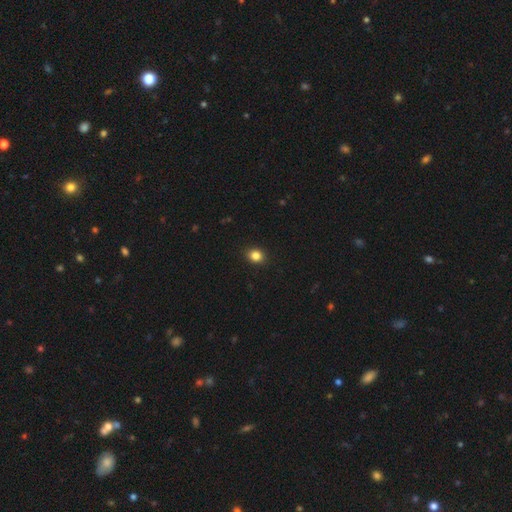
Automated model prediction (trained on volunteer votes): This is clearly a smooth galaxy (84%). How rounded: likely round (64%). Merging: clearly none (91%).